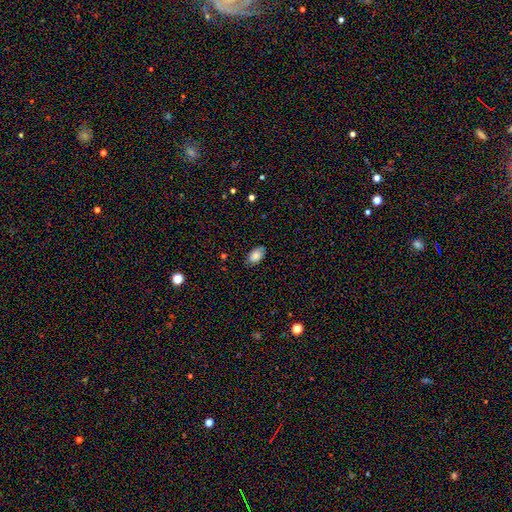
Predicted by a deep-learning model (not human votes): Smooth or featured? Predicted: smooth (p=0.82). How rounded? Predicted: in between (p=0.91). Merging? Predicted: none (p=0.82).